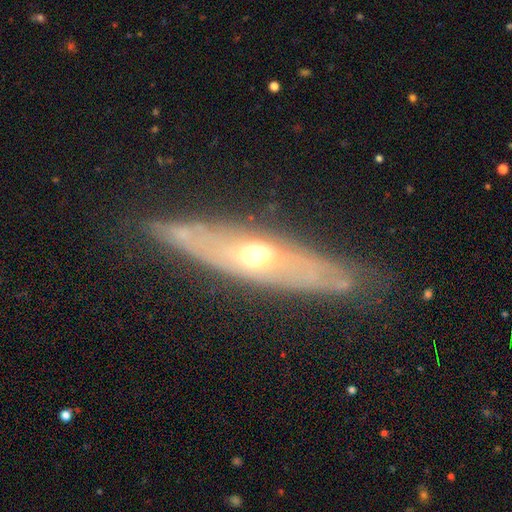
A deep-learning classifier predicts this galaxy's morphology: Smooth or featured? featured or disk (69%)
Edge-on disk? yes (59%)
Merging? none (76%)